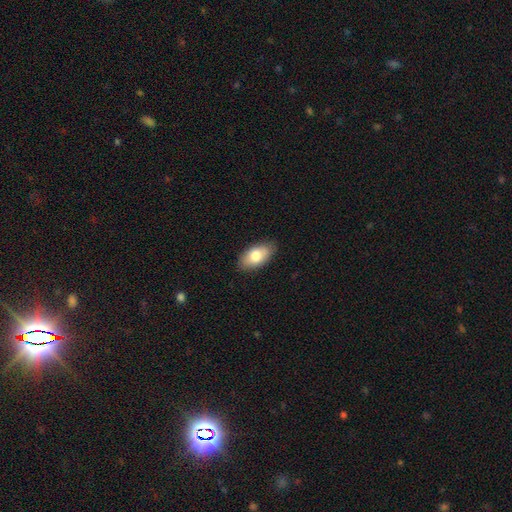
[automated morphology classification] This is likely a smooth galaxy (78%). How rounded: clearly in between (93%). Merging: clearly none (86%).